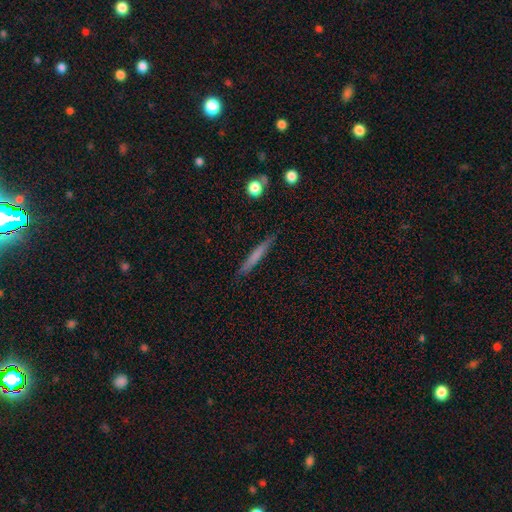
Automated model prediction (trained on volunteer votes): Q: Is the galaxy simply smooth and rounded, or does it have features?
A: smooth — 65%.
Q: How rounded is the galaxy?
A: cigar-shaped — 96%.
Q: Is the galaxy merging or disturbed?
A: none — 88%.